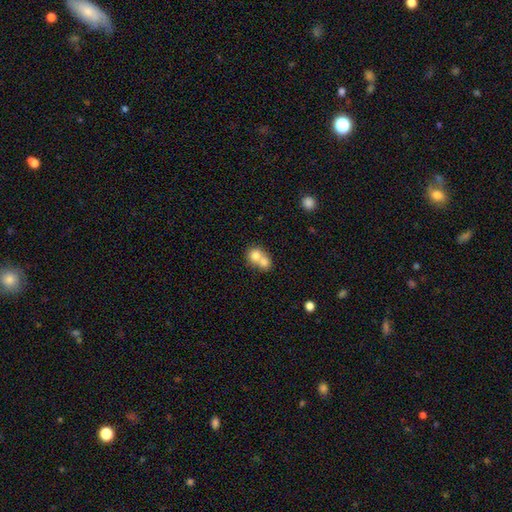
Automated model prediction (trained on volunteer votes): Smooth or featured: smooth — 72% (featured or disk — 18%)
How rounded: round — 73% (in between — 26%)
Merging: merger — 70% (none — 23%)